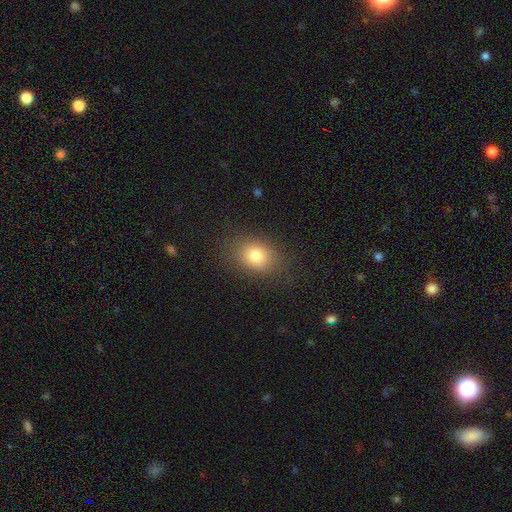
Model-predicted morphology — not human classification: smooth_or_featured: smooth (p=0.79) [alt: star or artifact p=0.12]
how_rounded: in between (p=0.60) [alt: round p=0.39]
merging: none (p=0.83) [alt: minor disturbance p=0.12]